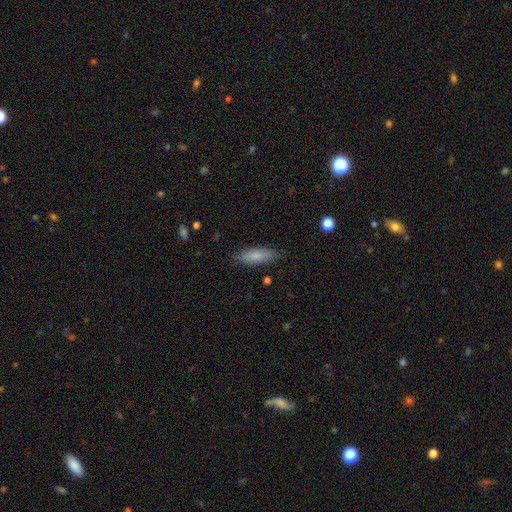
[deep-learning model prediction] smooth-or-featured: smooth: 82% | featured or disk: 12% | star or artifact: 6%
  how-rounded: in between: 55% | cigar-shaped: 43% | round: 2%
  merging: none: 84% | minor disturbance: 12% | major disturbance: 3% | merger: 1%